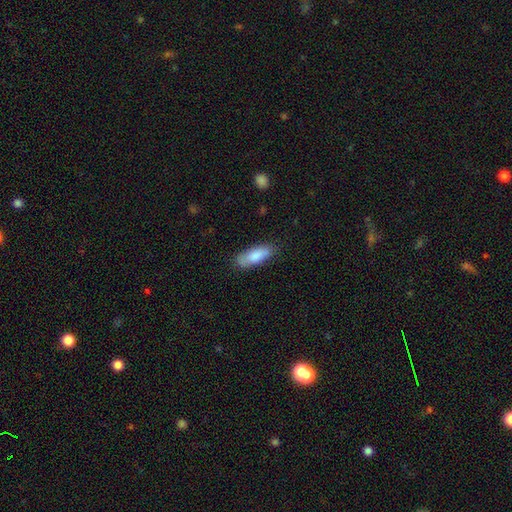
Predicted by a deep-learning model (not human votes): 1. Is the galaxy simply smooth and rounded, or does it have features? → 80% smooth, 14% featured or disk, 6% star or artifact.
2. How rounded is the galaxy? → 67% in between, 31% cigar-shaped, 2% round.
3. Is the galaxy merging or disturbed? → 78% none, 17% minor disturbance, 4% major disturbance, 2% merger.